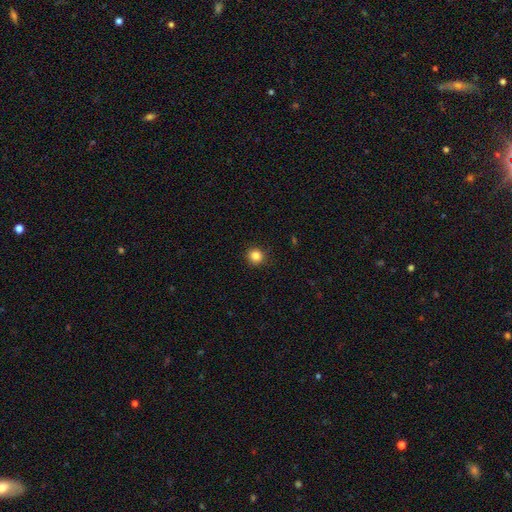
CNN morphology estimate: This appears to be a smooth galaxy with no disk features (84%) that is round (94%). Merging: none (91%).